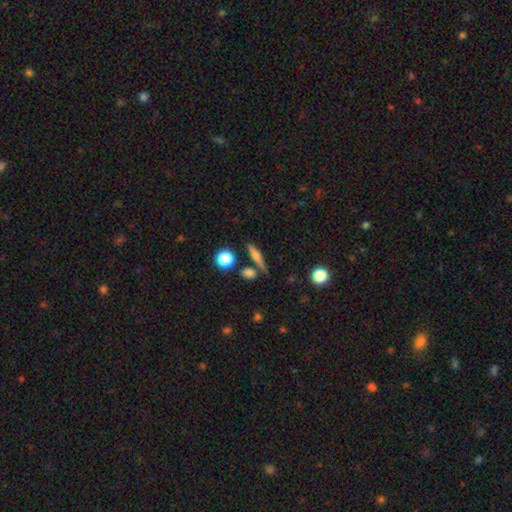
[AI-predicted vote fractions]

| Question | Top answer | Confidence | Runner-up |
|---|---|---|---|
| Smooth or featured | smooth | 56% | featured or disk (34%) |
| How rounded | cigar-shaped | 67% | in between (20%) |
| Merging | none | 76% | minor disturbance (12%) |